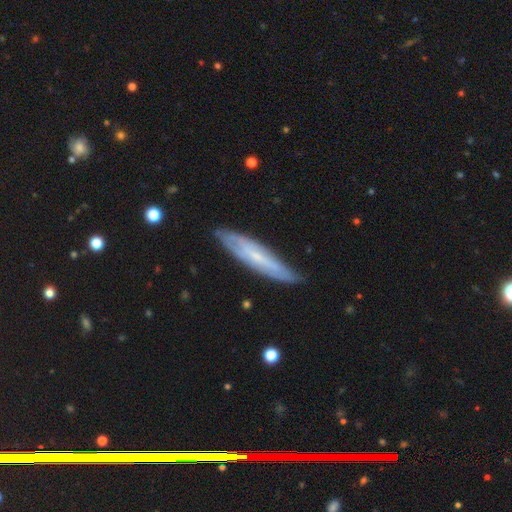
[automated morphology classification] featured or disk 59%, smooth 35%, star or artifact 6%. Down the decision tree: edge-on disk — yes (53%); merging — none (80%).